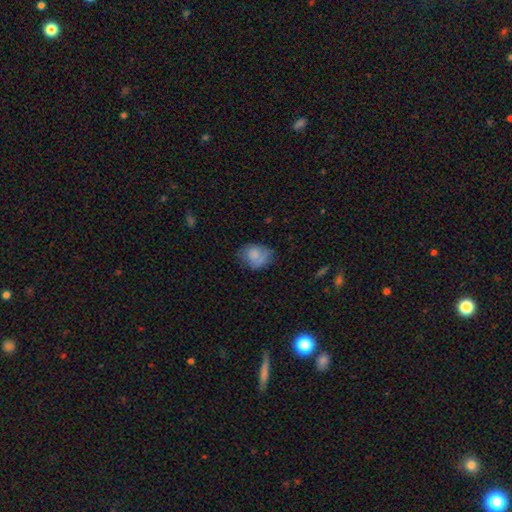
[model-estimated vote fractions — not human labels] smooth_or_featured: smooth (p=0.77) [alt: featured or disk p=0.14]
how_rounded: in between (p=0.50) [alt: round p=0.49]
merging: none (p=0.52) [alt: minor disturbance p=0.32]